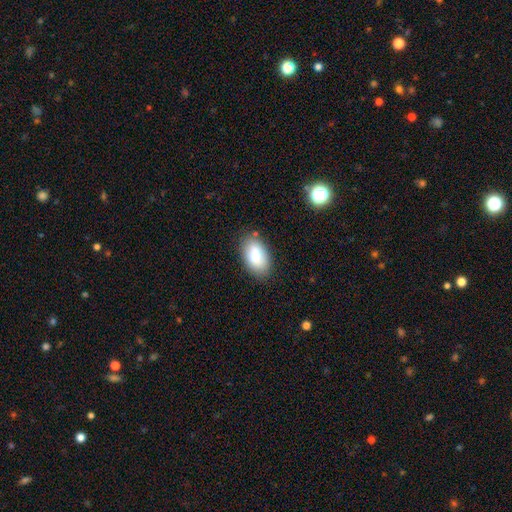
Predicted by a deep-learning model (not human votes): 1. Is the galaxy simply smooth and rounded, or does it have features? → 83% smooth, 10% featured or disk, 7% star or artifact.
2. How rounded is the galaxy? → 93% in between, 5% round, 2% cigar-shaped.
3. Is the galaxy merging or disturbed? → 82% none, 13% minor disturbance, 3% major disturbance, 2% merger.